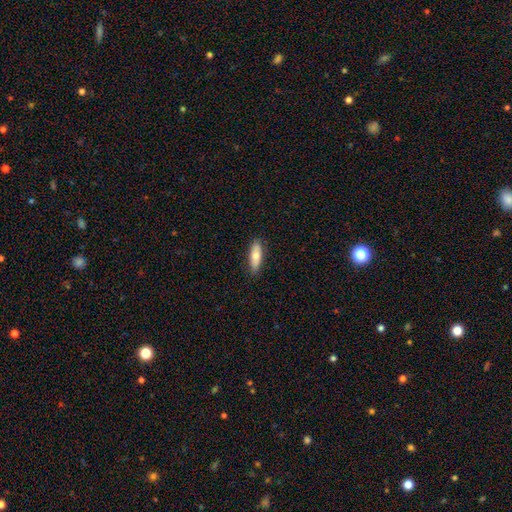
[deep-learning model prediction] Q: Smooth or featured?
A: smooth (73%); runner-up: featured or disk (21%)
Q: How rounded?
A: in between (57%); runner-up: cigar-shaped (41%)
Q: Merging?
A: none (87%); runner-up: minor disturbance (10%)